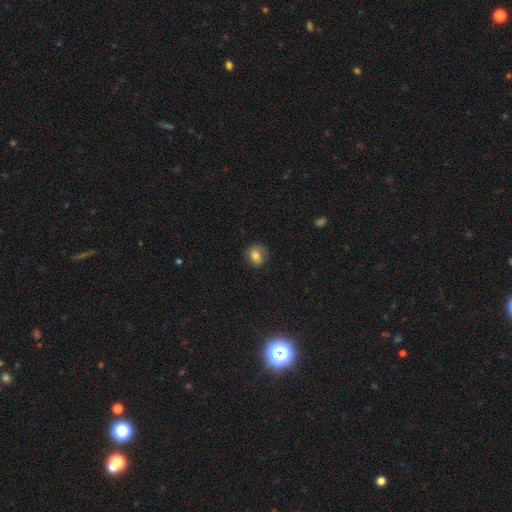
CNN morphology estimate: Smooth or featured? Predicted: smooth (p=0.78). How rounded? Predicted: round (p=0.58). Merging? Predicted: none (p=0.73).